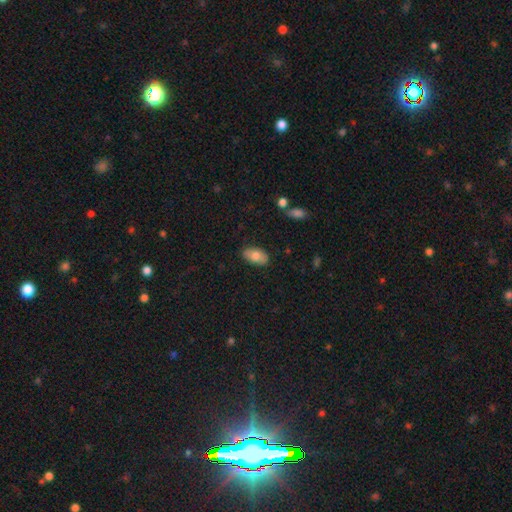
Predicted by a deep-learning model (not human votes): Q: Smooth or featured?
A: smooth (75%); runner-up: featured or disk (19%)
Q: How rounded?
A: in between (93%); runner-up: round (4%)
Q: Merging?
A: none (83%); runner-up: minor disturbance (13%)